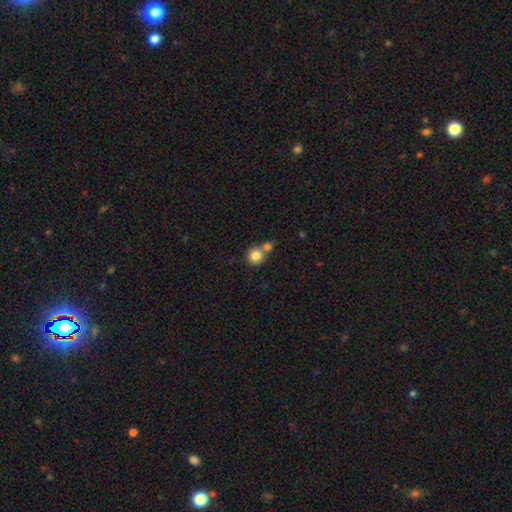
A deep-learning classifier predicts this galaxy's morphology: A smooth galaxy with no disk features (82%) that is round (91%).

Vote fractions:
- Smooth or featured? smooth: 82% / star or artifact: 10% / featured or disk: 8%
- How rounded? round: 91% / in between: 8% / cigar-shaped: 1%
- Merging? none: 49% / merger: 42% / minor disturbance: 7% / major disturbance: 3%